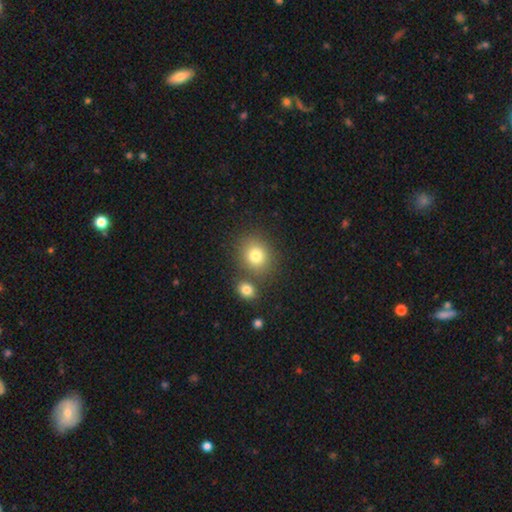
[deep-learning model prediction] Morphology: type=smooth (79%); roundness=round (71%); merging=none (71%).